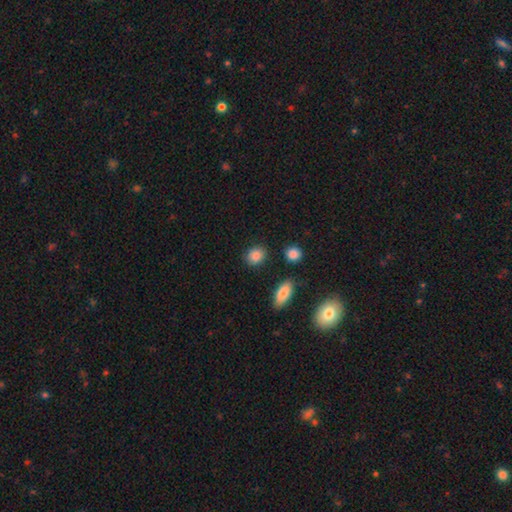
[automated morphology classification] Q: Smooth or featured?
A: smooth (88%); runner-up: star or artifact (8%)
Q: How rounded?
A: round (62%); runner-up: in between (37%)
Q: Merging?
A: none (85%); runner-up: minor disturbance (9%)